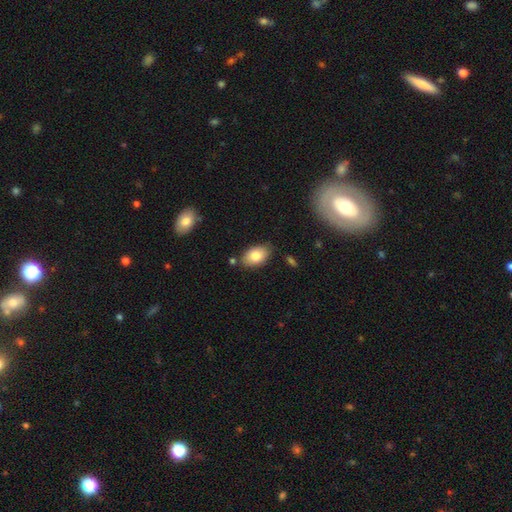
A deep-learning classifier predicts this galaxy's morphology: This appears to be a smooth galaxy with no disk features (80%) that is in between round and cigar-shaped (91%). Merging: none (80%).